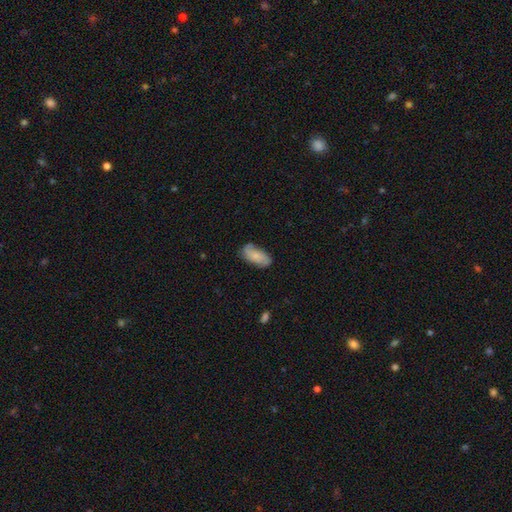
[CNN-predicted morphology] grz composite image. It shows a smooth galaxy with no disk features (68%) that is in between round and cigar-shaped (89%). Merging: none (68%).